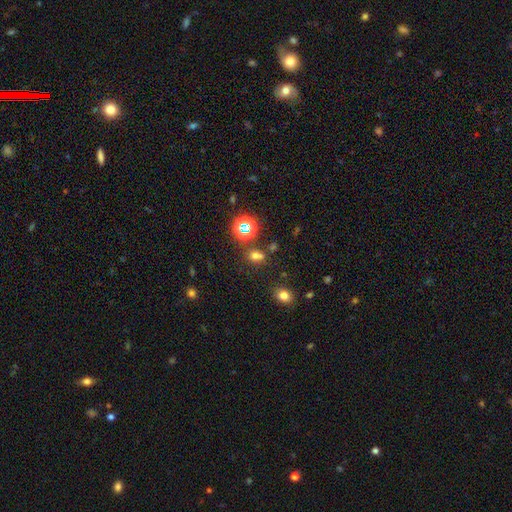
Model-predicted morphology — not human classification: type=smooth (57%); roundness=round (59%); merging=none (62%).